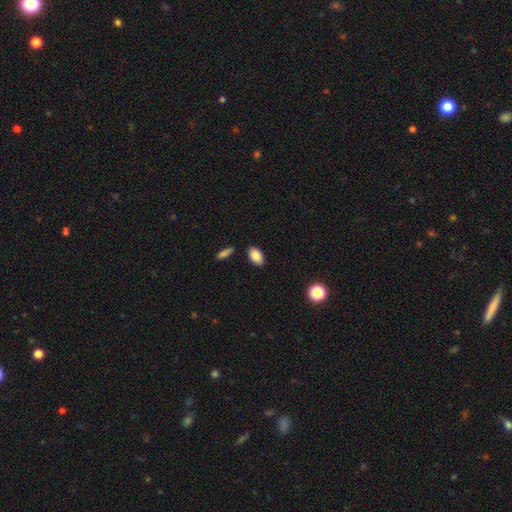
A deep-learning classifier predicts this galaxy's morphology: Smooth or featured: smooth — 86% (star or artifact — 8%)
How rounded: in between — 91% (round — 7%)
Merging: none — 84% (minor disturbance — 10%)